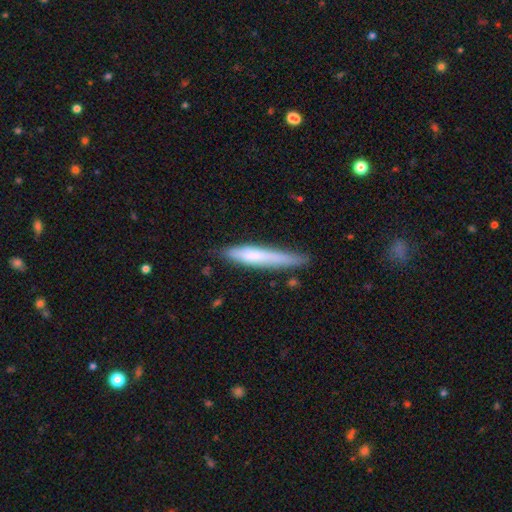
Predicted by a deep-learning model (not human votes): smooth-or-featured: smooth: 67% | featured or disk: 27% | star or artifact: 6%
  how-rounded: cigar-shaped: 91% | in between: 7% | round: 1%
  merging: none: 71% | minor disturbance: 22% | major disturbance: 4% | merger: 3%